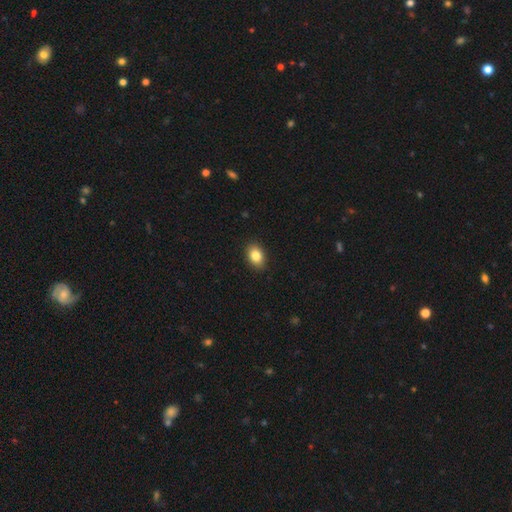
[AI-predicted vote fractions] Smooth or featured: smooth — 85% (star or artifact — 8%)
How rounded: in between — 81% (round — 18%)
Merging: none — 90% (minor disturbance — 7%)